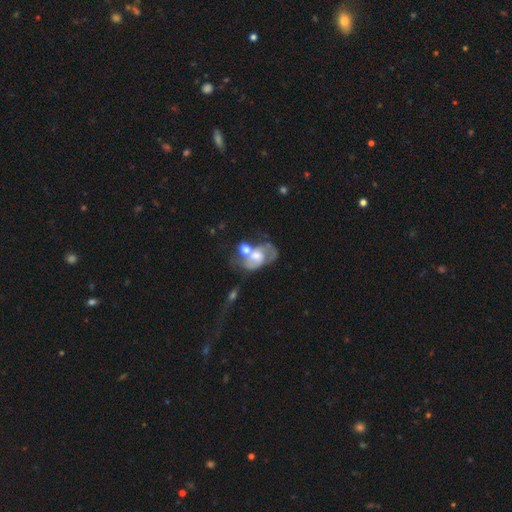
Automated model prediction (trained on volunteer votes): smooth-or-featured: featured or disk: 56% | smooth: 36% | star or artifact: 9%
  disk-edge-on: no: 96% | yes: 4%
    bar: no: 75% | weak: 20% | strong: 5%
    has-spiral-arms: yes: 50% (tied) | no: 50% (tied)
    bulge-size: moderate: 52% | large: 24% | small: 16% | none: 6% | dominant: 3%
  merging: merger: 55% | major disturbance: 17% | none: 17% | minor disturbance: 11%